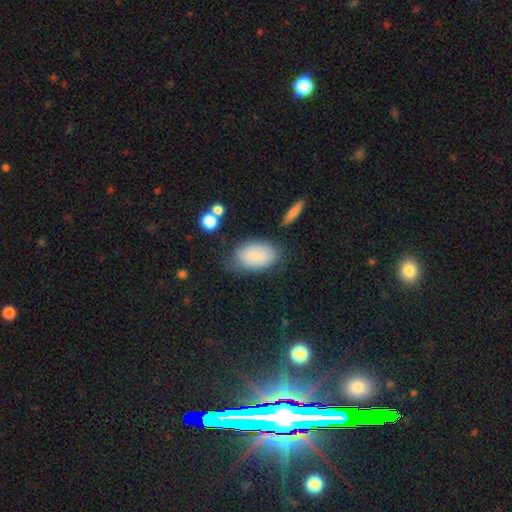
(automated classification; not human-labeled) smooth-or-featured: smooth: 77% | featured or disk: 15% | star or artifact: 8%
  how-rounded: in between: 90% | round: 8% | cigar-shaped: 2%
  merging: none: 62% | minor disturbance: 25% | major disturbance: 9% | merger: 4%